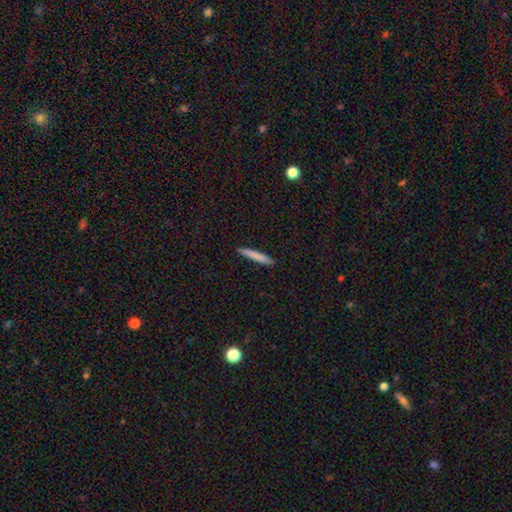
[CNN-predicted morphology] Smooth or featured?
  - smooth: 81% *
  - featured or disk: 13%
  - star or artifact: 6%
How rounded?
  - cigar-shaped: 95% *
  - in between: 3%
  - round: 1%
Merging?
  - none: 92% *
  - minor disturbance: 6%
  - major disturbance: 1%
  - merger: 1%